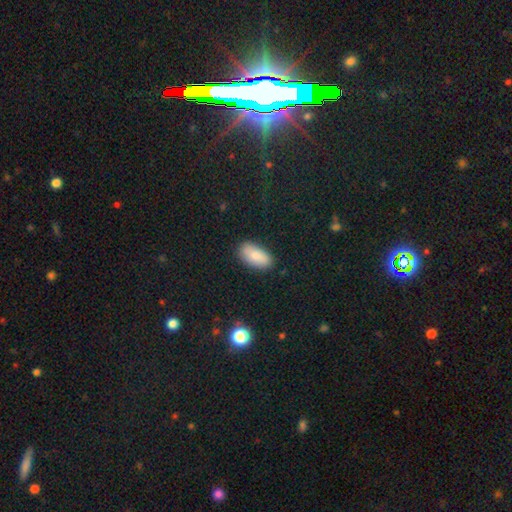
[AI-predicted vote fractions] smooth 82%, featured or disk 11%, star or artifact 7%. Down the decision tree: how rounded — in between (93%); merging — none (86%).